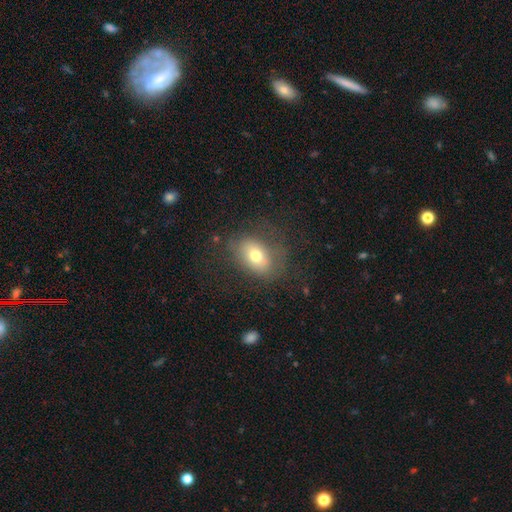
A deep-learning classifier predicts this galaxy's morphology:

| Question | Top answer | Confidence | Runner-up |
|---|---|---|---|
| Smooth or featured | smooth | 70% | featured or disk (19%) |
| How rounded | in between | 78% | round (20%) |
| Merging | none | 66% | minor disturbance (19%) |